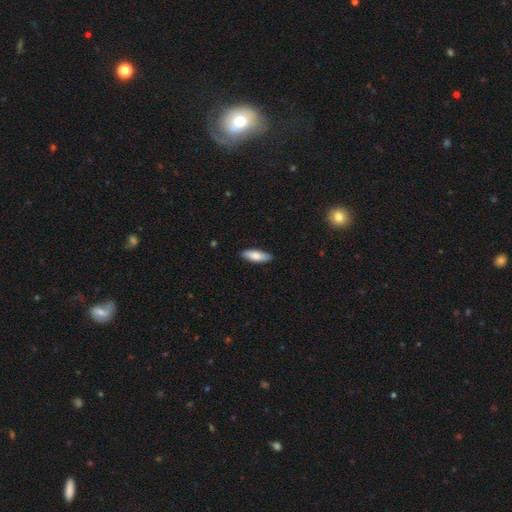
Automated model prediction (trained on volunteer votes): smooth_or_featured: smooth (p=0.81) [alt: featured or disk p=0.14]
how_rounded: in between (p=0.58) [alt: cigar-shaped p=0.40]
merging: none (p=0.88) [alt: minor disturbance p=0.09]